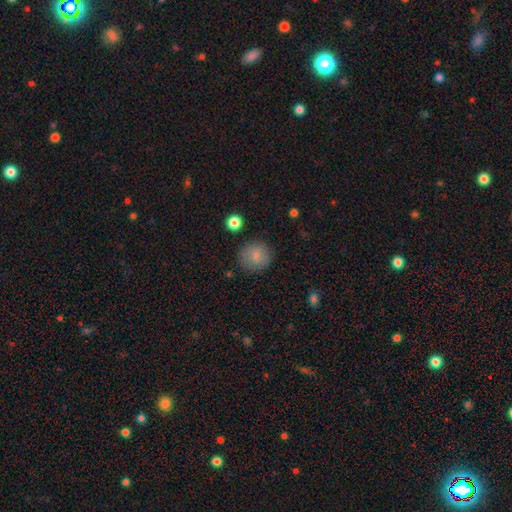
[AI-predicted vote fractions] This is clearly a smooth galaxy (83%). How rounded: clearly round (88%). Merging: clearly none (85%).